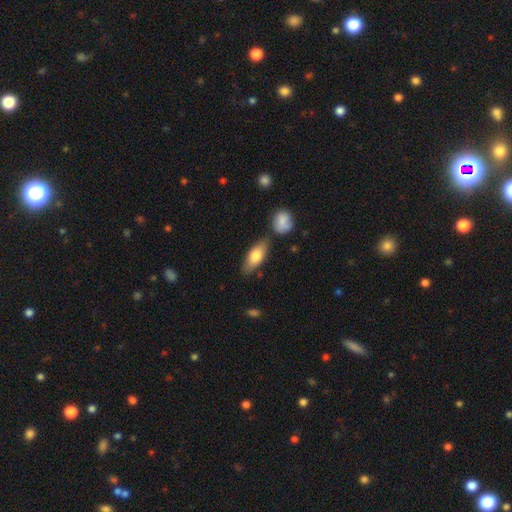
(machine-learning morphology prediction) Overall: smooth (75%). How rounded: in between (80%). Merging: none (73%).